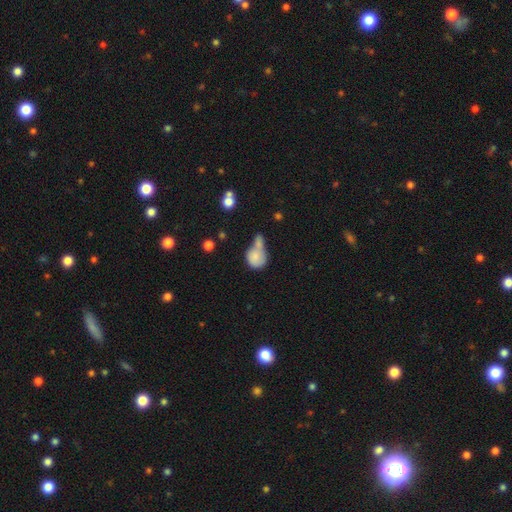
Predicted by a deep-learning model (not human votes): This appears to be a smooth galaxy with no disk features (78%) that is round (67%). Merging: merger (57%).